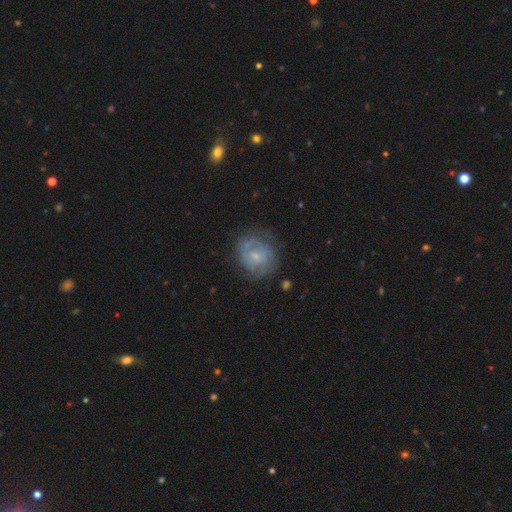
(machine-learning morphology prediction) smooth_or_featured: featured or disk (p=0.57) [alt: smooth p=0.35]
disk_edge_on: no (p=0.98) [alt: yes p=0.02]
bar: no (p=0.69) [alt: weak p=0.27]
has_spiral_arms: yes (p=0.66) [alt: no p=0.34]
bulge_size: small (p=0.61) [alt: moderate p=0.28]
merging: none (p=0.65) [alt: minor disturbance p=0.21]